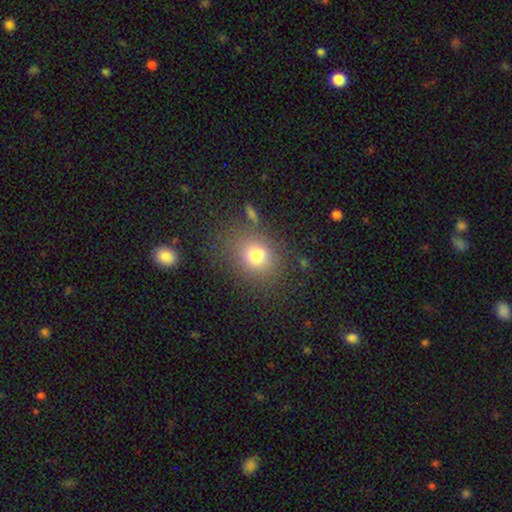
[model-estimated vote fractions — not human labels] Smooth or featured: smooth — 75% (star or artifact — 15%)
How rounded: round — 59% (in between — 39%)
Merging: none — 72% (minor disturbance — 14%)